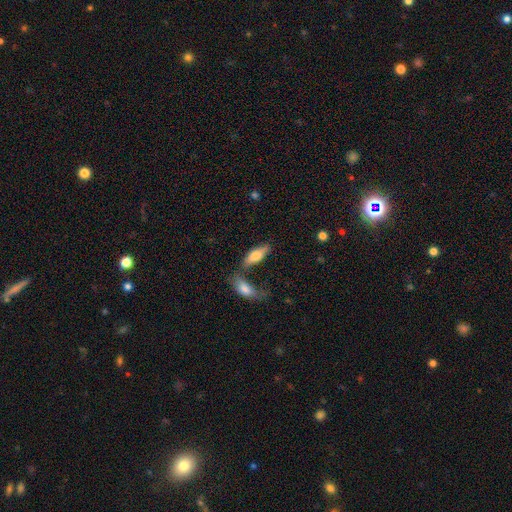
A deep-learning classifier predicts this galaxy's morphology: This appears to be a smooth galaxy with no disk features (69%) that is in between round and cigar-shaped (64%). Merging: none (52%).